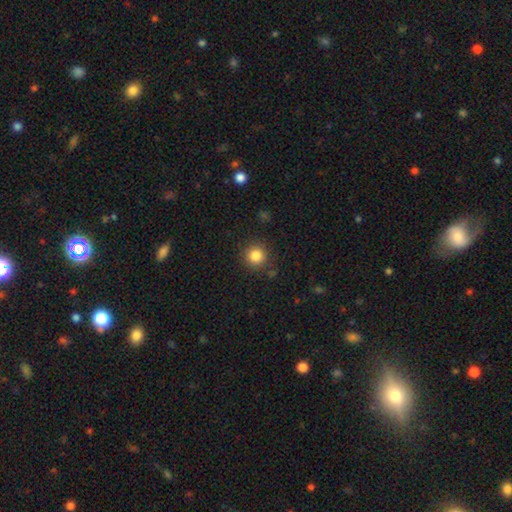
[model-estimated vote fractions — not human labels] This appears to be a smooth galaxy with no disk features (84%) that is round (94%). Merging: none (88%).